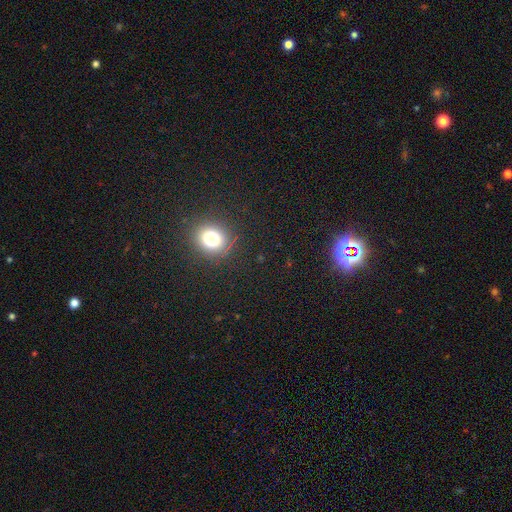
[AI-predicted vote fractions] smooth 62%, star or artifact 32%, featured or disk 6%. Down the decision tree: how rounded — round (85%); merging — none (93%).